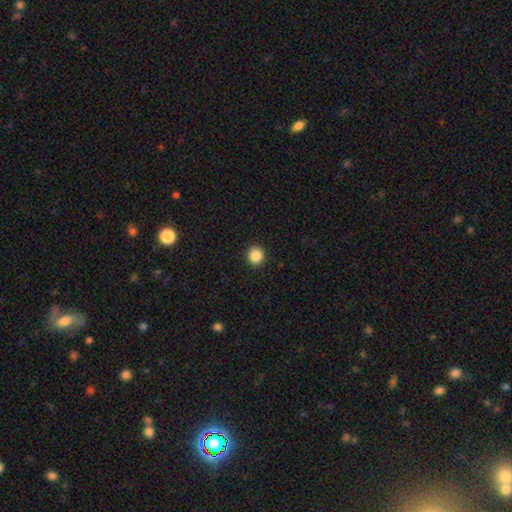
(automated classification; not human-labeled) smooth-or-featured: smooth: 87% | star or artifact: 10% | featured or disk: 3%
  how-rounded: round: 91% | in between: 8% | cigar-shaped: 1%
  merging: none: 92% | minor disturbance: 5% | major disturbance: 2% | merger: 1%